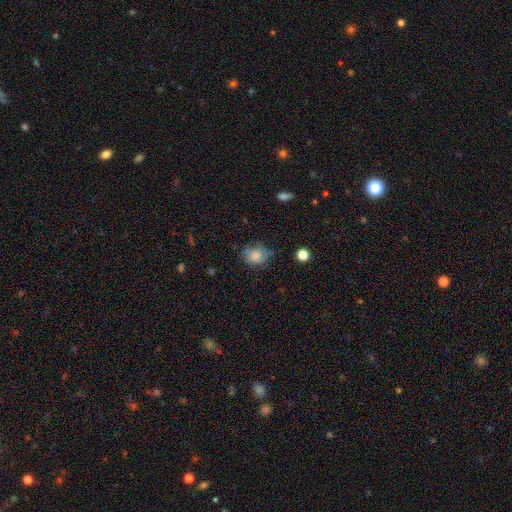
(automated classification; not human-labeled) Smooth or featured? smooth (77%)
How rounded? round (67%)
Merging? none (57%)